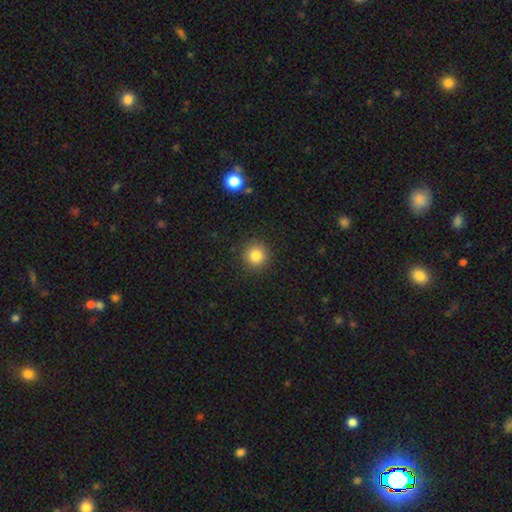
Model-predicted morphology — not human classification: Smooth or featured? smooth (83%)
How rounded? round (94%)
Merging? none (91%)